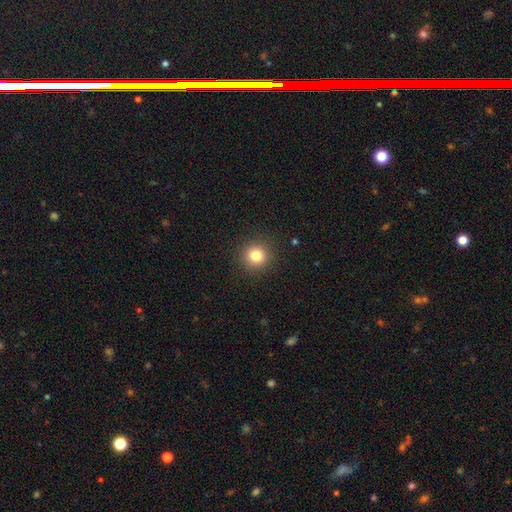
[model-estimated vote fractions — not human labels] Overall: smooth (82%). How rounded: round (93%). Merging: none (91%).